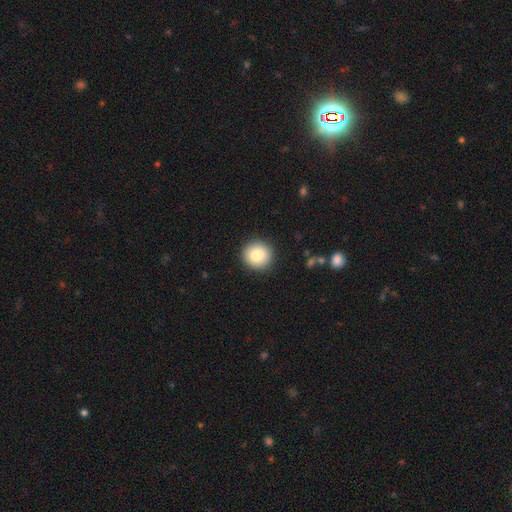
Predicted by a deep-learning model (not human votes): smooth 85%, star or artifact 8%, featured or disk 7%. Down the decision tree: how rounded — round (93%); merging — none (91%).